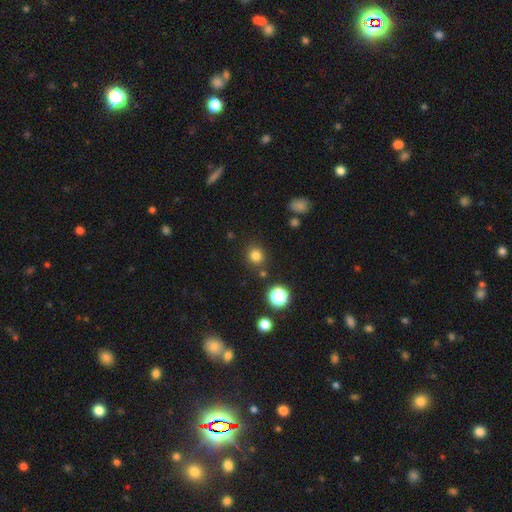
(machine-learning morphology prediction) This appears to be a smooth galaxy with no disk features (80%) that is round (87%). Merging: none (84%).